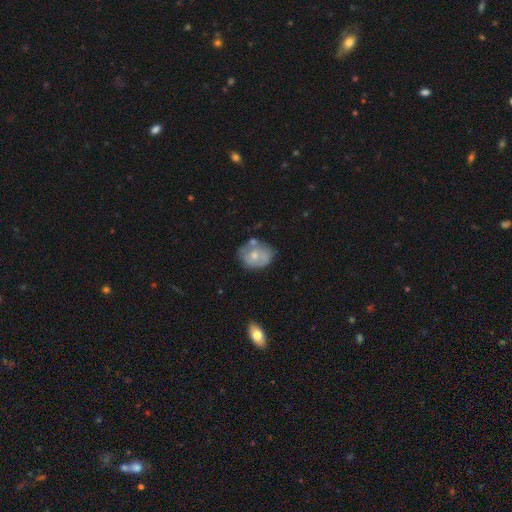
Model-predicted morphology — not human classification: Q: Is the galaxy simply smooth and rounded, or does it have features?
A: smooth — 53%.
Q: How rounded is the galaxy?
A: round — 50%.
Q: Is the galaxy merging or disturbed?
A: none — 49%.